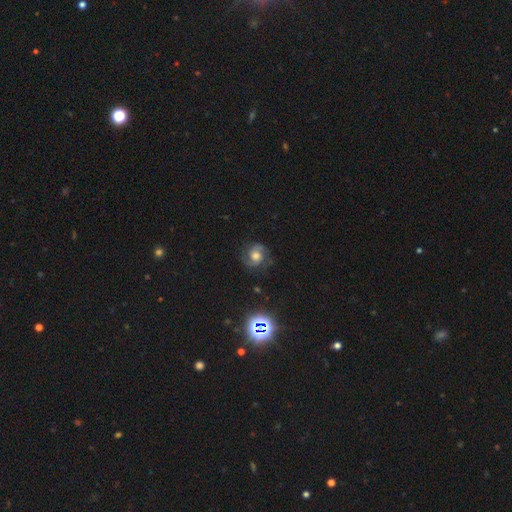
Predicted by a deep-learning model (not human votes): Smooth or featured?
  - featured or disk: 71% *
  - smooth: 17%
  - star or artifact: 12%
Edge-on disk?
  - no: 98% *
  - yes: 2%
Bar?
  - no: 64% *
  - weak: 30%
  - strong: 6%
Spiral arms?
  - yes: 95% *
  - no: 5%
Spiral winding?
  - medium: 51% *
  - tight: 33%
  - loose: 17%
Spiral arm count?
  - 2: 85% *
  - can't tell: 6%
  - 3: 4%
  - 1: 2%
  - 4: 1%
  - more than 4: 1%
Bulge size?
  - moderate: 56% *
  - large: 23%
  - small: 15%
  - none: 4%
  - dominant: 3%
Merging?
  - none: 77% *
  - minor disturbance: 15%
  - major disturbance: 7%
  - merger: 1%